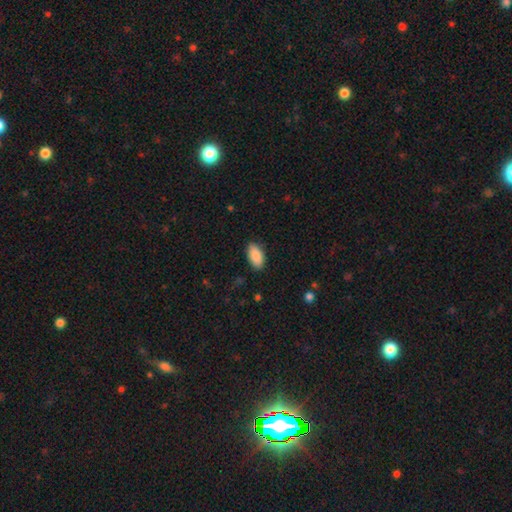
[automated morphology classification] This is clearly a smooth galaxy (90%). How rounded: clearly in between (94%). Merging: clearly none (87%).